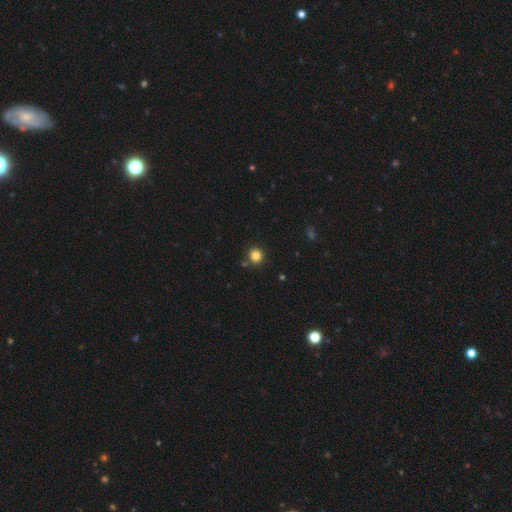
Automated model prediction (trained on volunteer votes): smooth 83%, star or artifact 12%, featured or disk 4%. Down the decision tree: how rounded — round (92%); merging — none (87%).